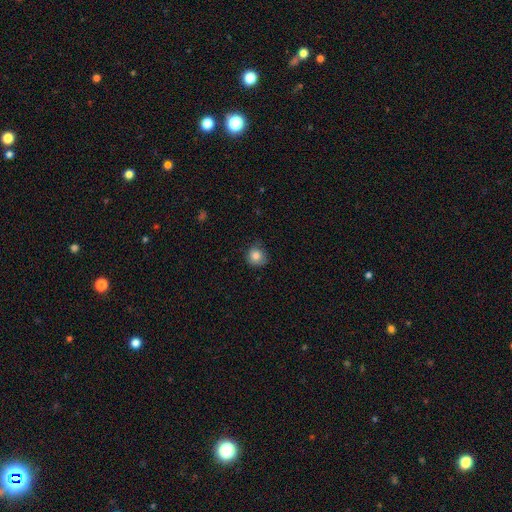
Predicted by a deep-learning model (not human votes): This appears to be a smooth galaxy with no disk features (84%) that is round (90%). Merging: none (72%).